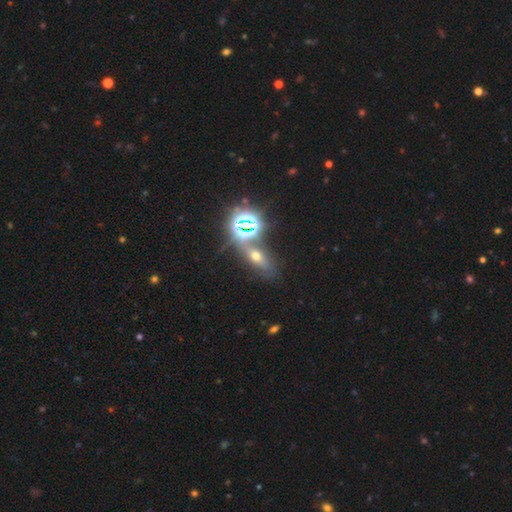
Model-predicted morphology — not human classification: type=star or artifact (45%).